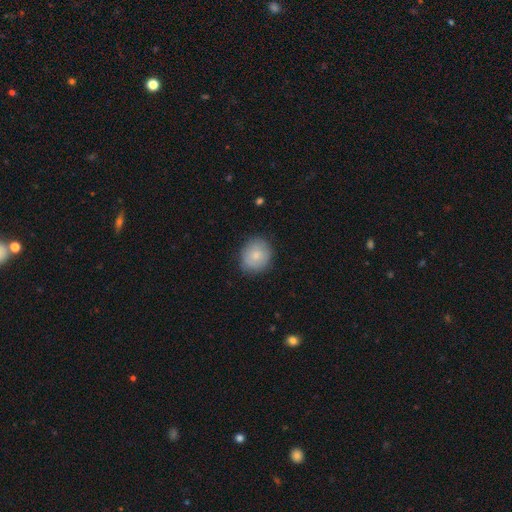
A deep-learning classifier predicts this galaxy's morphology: Smooth or featured?
  - smooth: 81% *
  - featured or disk: 12%
  - star or artifact: 7%
How rounded?
  - round: 77% *
  - in between: 22%
  - cigar-shaped: 1%
Merging?
  - none: 84% *
  - minor disturbance: 12%
  - major disturbance: 3%
  - merger: 1%